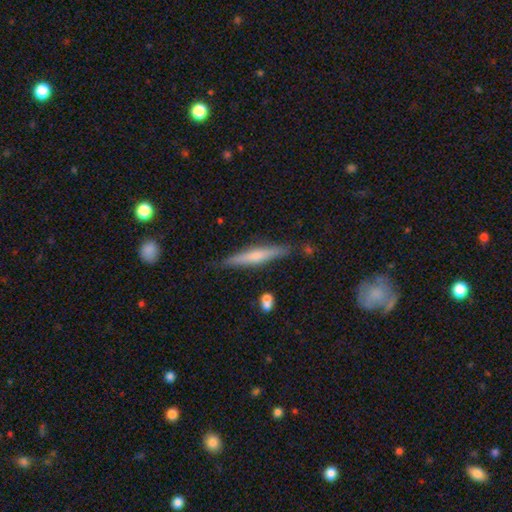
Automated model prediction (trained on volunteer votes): smooth-or-featured: featured or disk: 50% | smooth: 44% | star or artifact: 6%
  merging: none: 85% | minor disturbance: 11% | major disturbance: 2% | merger: 2%